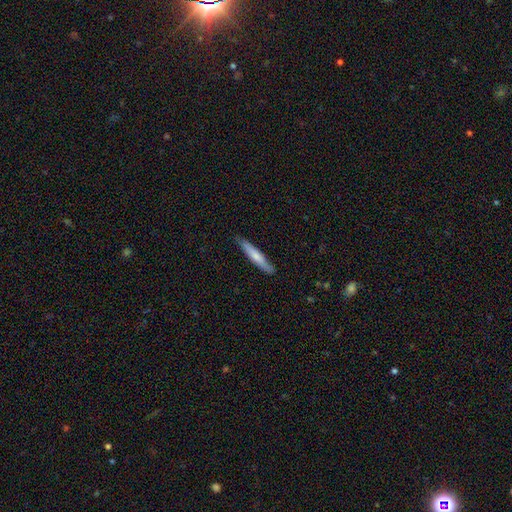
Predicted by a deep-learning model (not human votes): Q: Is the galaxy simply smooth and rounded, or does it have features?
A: smooth — 64%.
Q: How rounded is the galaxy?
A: cigar-shaped — 92%.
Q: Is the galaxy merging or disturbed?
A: none — 85%.